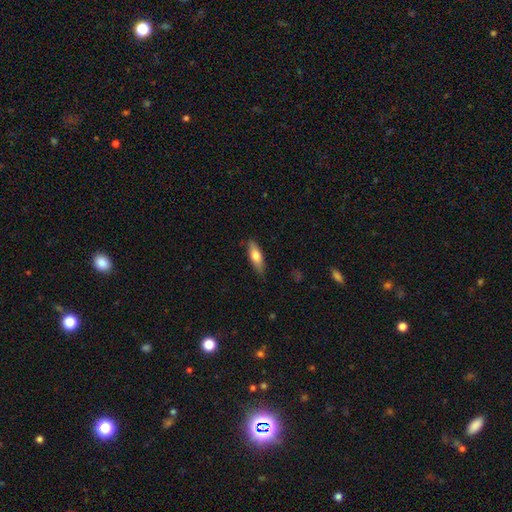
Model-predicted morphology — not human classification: This is likely a smooth galaxy (69%). How rounded: possibly in between (52%). Merging: clearly none (81%).